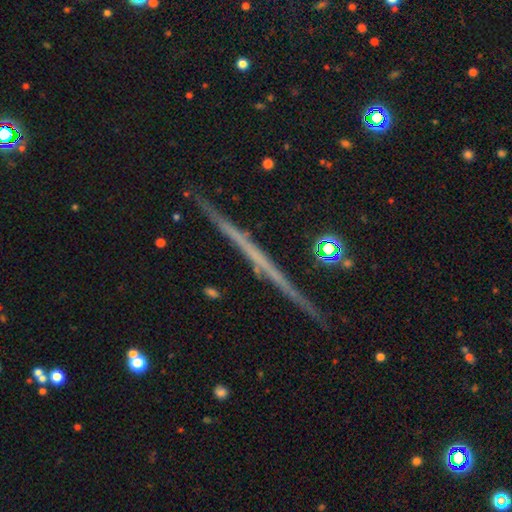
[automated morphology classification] Smooth or featured? Predicted: featured or disk (p=0.72). Edge-on disk? Predicted: yes (p=0.98). Edge-on bulge? Predicted: none (p=0.82). Merging? Predicted: none (p=0.92).